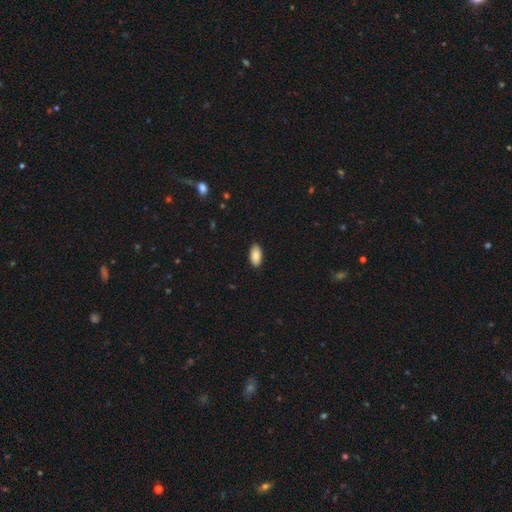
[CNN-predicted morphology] Smooth or featured?
  - smooth: 88% *
  - star or artifact: 6%
  - featured or disk: 6%
How rounded?
  - in between: 94% *
  - cigar-shaped: 4%
  - round: 2%
Merging?
  - none: 89% *
  - minor disturbance: 8%
  - major disturbance: 2%
  - merger: 1%